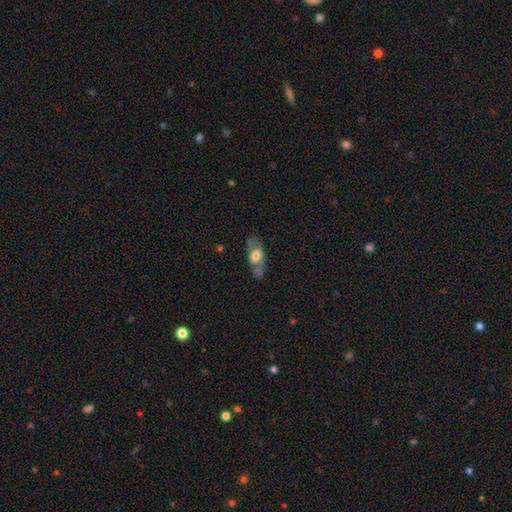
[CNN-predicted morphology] A smooth galaxy with no disk features (50%).

Vote fractions:
- Smooth or featured? smooth: 50% / featured or disk: 44% / star or artifact: 6%
- Merging? none: 74% / minor disturbance: 18% / major disturbance: 5% / merger: 2%